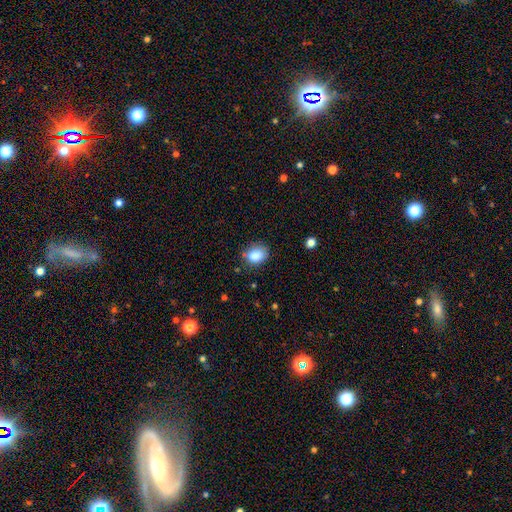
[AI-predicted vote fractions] smooth_or_featured: smooth (p=0.85) [alt: star or artifact p=0.09]
how_rounded: in between (p=0.55) [alt: round p=0.44]
merging: none (p=0.69) [alt: minor disturbance p=0.22]